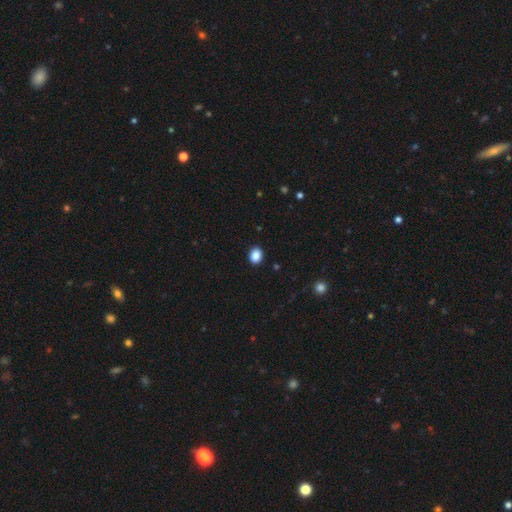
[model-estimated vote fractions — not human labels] smooth_or_featured: smooth (p=0.87) [alt: star or artifact p=0.10]
how_rounded: in between (p=0.56) [alt: round p=0.43]
merging: none (p=0.90) [alt: minor disturbance p=0.07]